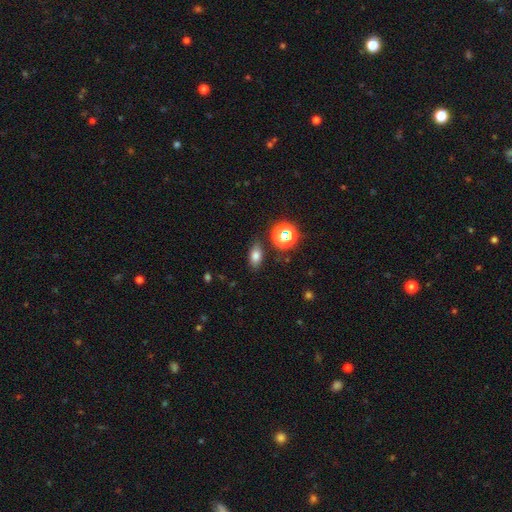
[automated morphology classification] Smooth or featured?
  - smooth: 76% *
  - star or artifact: 15%
  - featured or disk: 9%
How rounded?
  - in between: 80% *
  - round: 14%
  - cigar-shaped: 6%
Merging?
  - none: 83% *
  - minor disturbance: 11%
  - major disturbance: 3%
  - merger: 3%